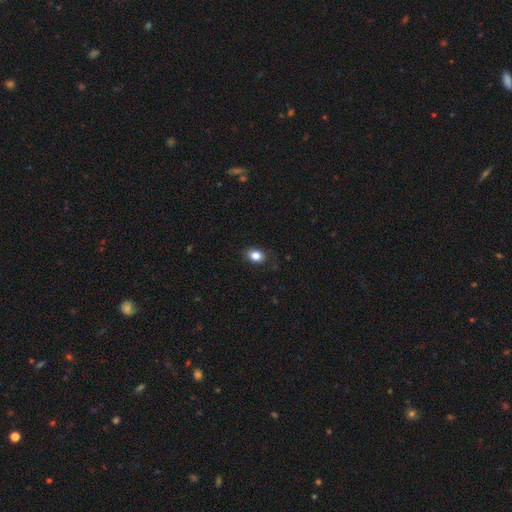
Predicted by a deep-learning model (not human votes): Overall: smooth (84%). How rounded: in between (66%; round 33%). Merging: none (85%).